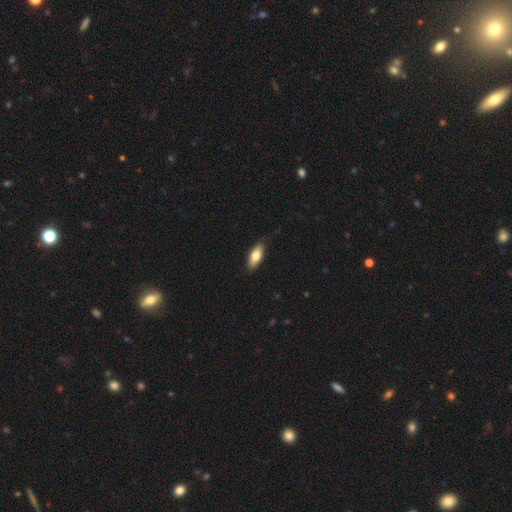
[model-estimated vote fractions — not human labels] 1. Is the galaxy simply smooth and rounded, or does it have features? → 78% smooth, 16% featured or disk, 6% star or artifact.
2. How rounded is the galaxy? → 78% in between, 19% cigar-shaped, 2% round.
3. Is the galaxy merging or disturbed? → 83% none, 14% minor disturbance, 2% major disturbance, 1% merger.